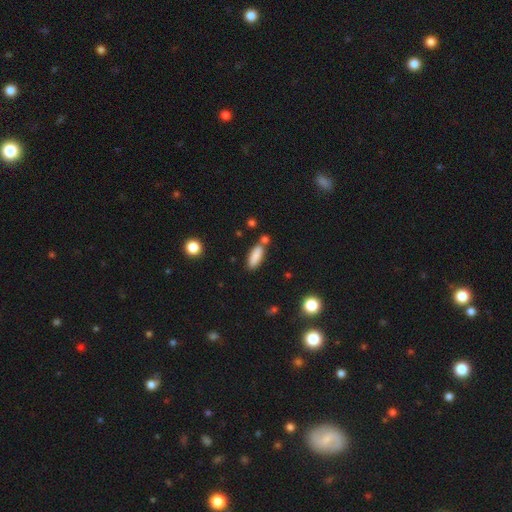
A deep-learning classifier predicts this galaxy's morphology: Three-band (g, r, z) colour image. It shows a smooth galaxy with no disk features (86%) that is in between round and cigar-shaped (61%). Merging: none (73%).